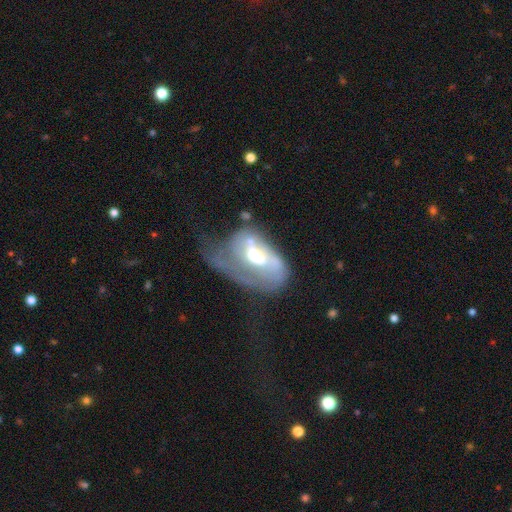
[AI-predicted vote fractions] Morphology: type=featured or disk (58%); edge-on=no (94%); bar=no (54%); spiral arms=no (62%); bulge=moderate (66%); merging=major disturbance (56%).